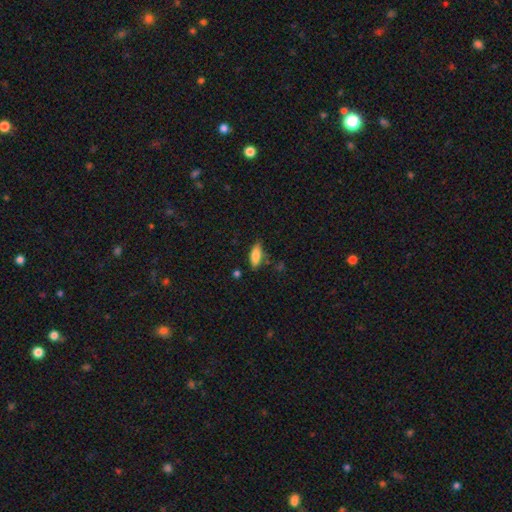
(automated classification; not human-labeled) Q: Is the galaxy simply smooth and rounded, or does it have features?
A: smooth — 79%.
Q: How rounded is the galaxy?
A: in between — 68%.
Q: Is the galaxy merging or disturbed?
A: none — 72%.